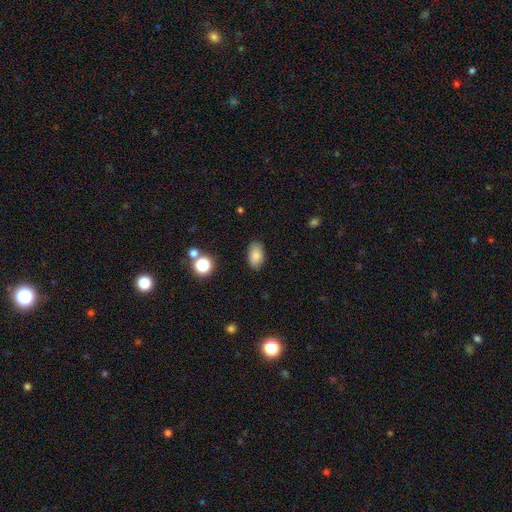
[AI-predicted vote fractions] A smooth galaxy with no disk features (84%) that is in between round and cigar-shaped (91%).

Vote fractions:
- Smooth or featured? smooth: 84% / star or artifact: 9% / featured or disk: 7%
- How rounded? in between: 91% / round: 7% / cigar-shaped: 2%
- Merging? none: 86% / minor disturbance: 10% / major disturbance: 3% / merger: 2%